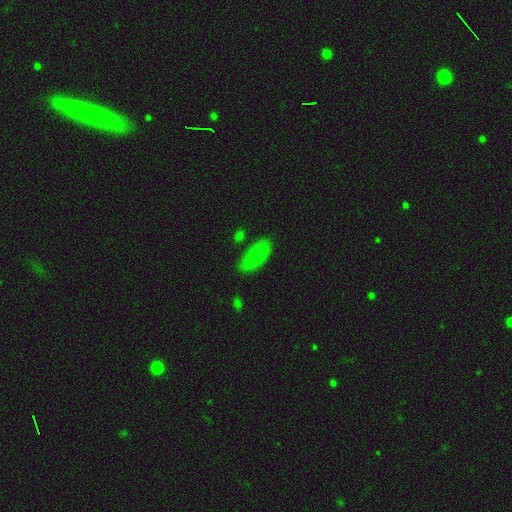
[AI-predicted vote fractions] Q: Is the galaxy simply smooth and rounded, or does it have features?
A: smooth — 84%.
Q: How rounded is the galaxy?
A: in between — 77%.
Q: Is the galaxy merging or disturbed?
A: none — 80%.